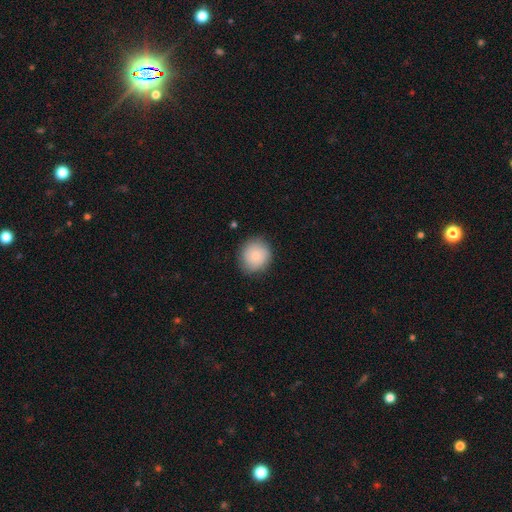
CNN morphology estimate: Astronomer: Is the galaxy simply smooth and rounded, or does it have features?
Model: smooth — 82%.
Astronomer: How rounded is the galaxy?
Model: round — 86%.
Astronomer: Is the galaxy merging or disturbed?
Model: none — 83%.